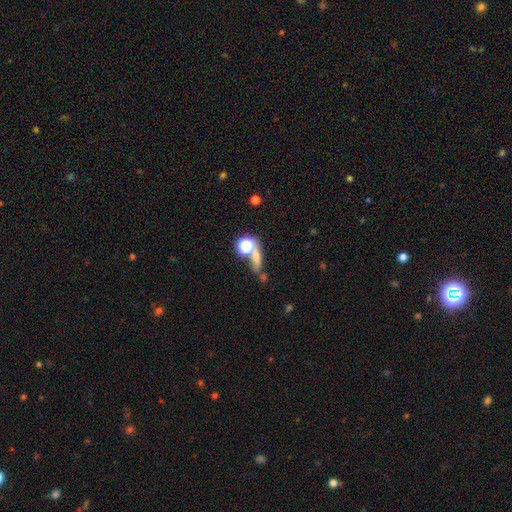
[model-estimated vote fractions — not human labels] Smooth or featured?
  - smooth: 60% *
  - star or artifact: 24%
  - featured or disk: 16%
How rounded?
  - round: 36% * (tied)
  - cigar-shaped: 36% * (tied)
  - in between: 28%
Merging?
  - none: 51% *
  - merger: 27%
  - minor disturbance: 12%
  - major disturbance: 9%